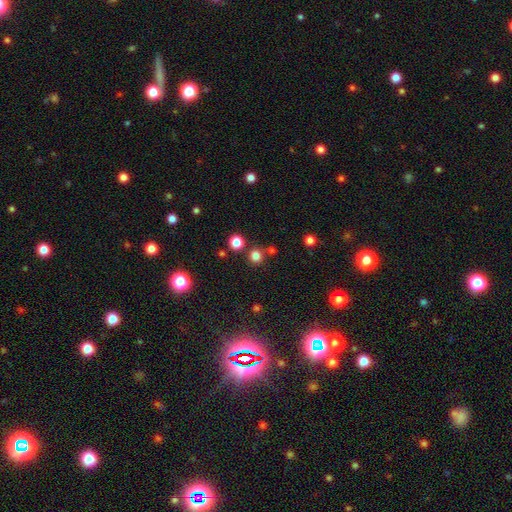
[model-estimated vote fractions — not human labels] Q: Smooth or featured?
A: smooth (77%); runner-up: star or artifact (17%)
Q: How rounded?
A: round (93%); runner-up: in between (6%)
Q: Merging?
A: none (77%); runner-up: merger (13%)